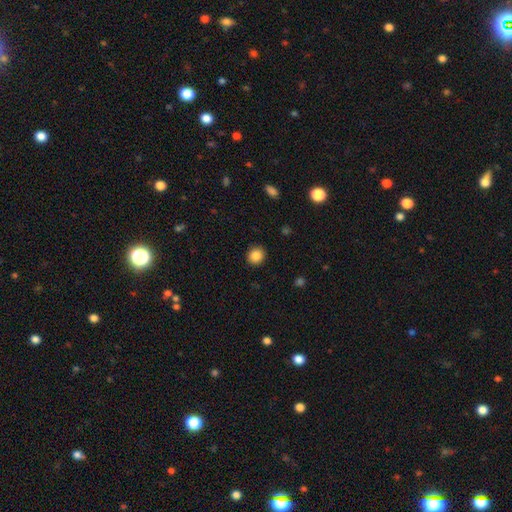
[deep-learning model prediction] Smooth or featured? smooth (86%)
How rounded? round (85%)
Merging? none (91%)